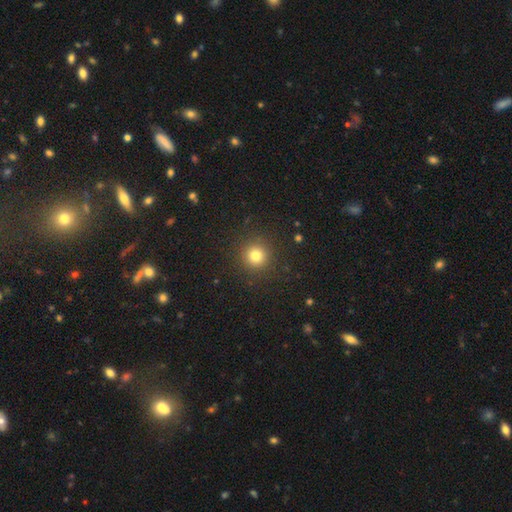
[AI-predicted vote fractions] smooth 79%, star or artifact 15%, featured or disk 7%. Down the decision tree: how rounded — round (95%); merging — none (90%).